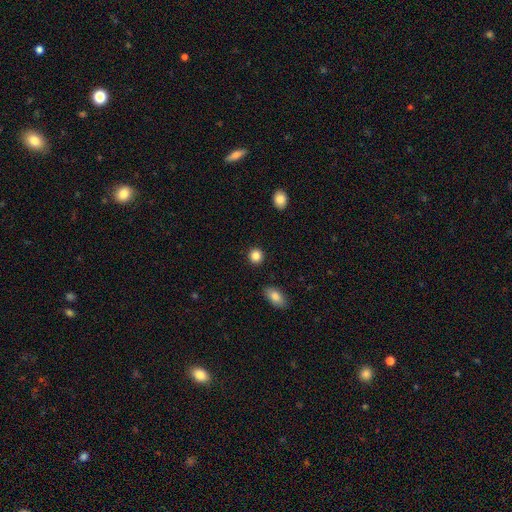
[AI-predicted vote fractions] smooth_or_featured: smooth (p=0.87) [alt: star or artifact p=0.09]
how_rounded: round (p=0.89) [alt: in between p=0.10]
merging: none (p=0.91) [alt: minor disturbance p=0.05]